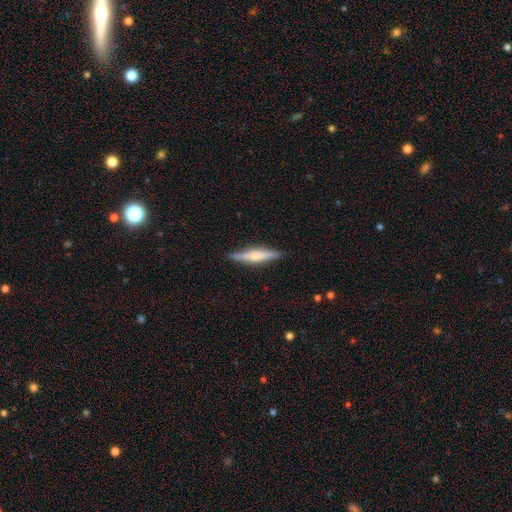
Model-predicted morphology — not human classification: The model was most divided on "smooth or featured": featured or disk: 56%, smooth: 39%, star or artifact: 6%. More confident: edge-on disk — yes (96%); merging — none (88%); edge-on bulge — rounded (81%).